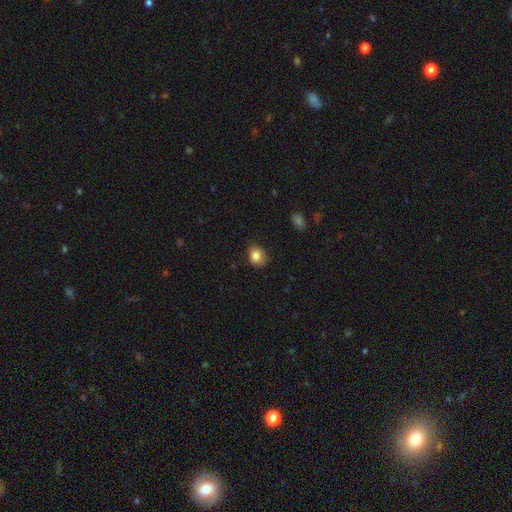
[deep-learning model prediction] Overall: smooth (84%). How rounded: round (56%; in between 44%). Merging: none (76%).